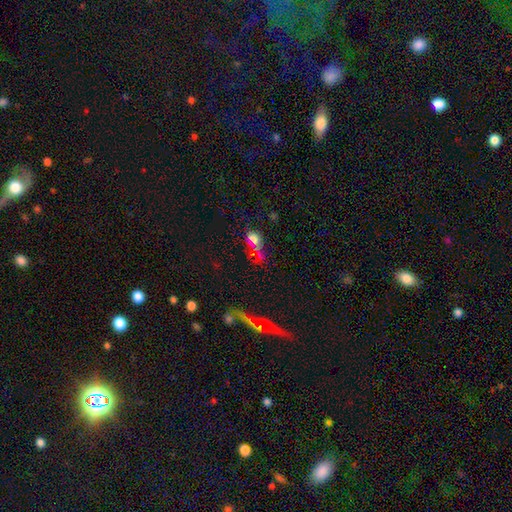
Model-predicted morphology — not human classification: type=smooth (40%); merging=none (60%).